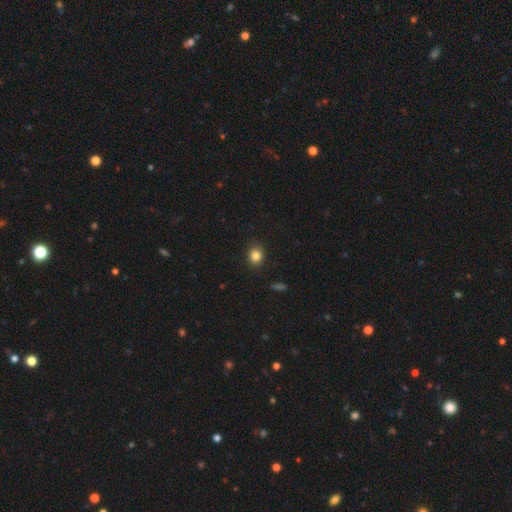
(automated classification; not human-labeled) Smooth or featured? smooth (83%)
How rounded? round (70%)
Merging? none (89%)